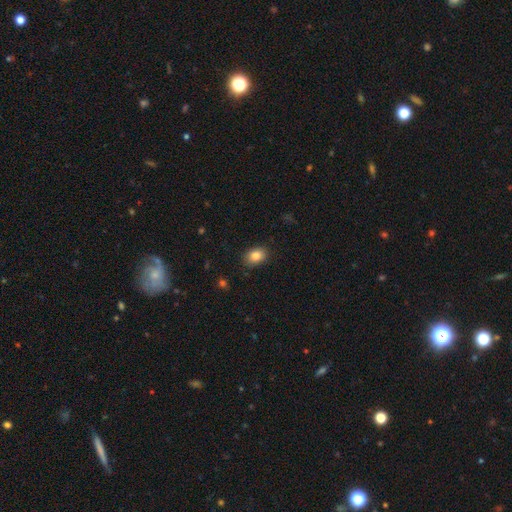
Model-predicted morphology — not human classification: smooth-or-featured: smooth: 84% | star or artifact: 9% | featured or disk: 7%
  how-rounded: in between: 76% | round: 23% | cigar-shaped: 1%
  merging: none: 88% | minor disturbance: 9% | major disturbance: 2% | merger: 1%